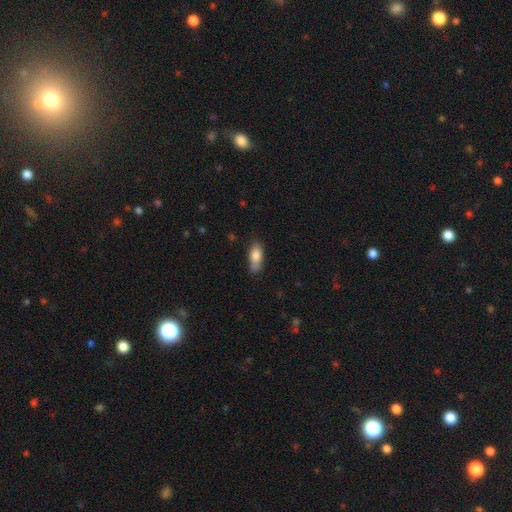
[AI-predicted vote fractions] smooth 79%, featured or disk 13%, star or artifact 7%. Down the decision tree: how rounded — in between (78%); merging — none (60%).